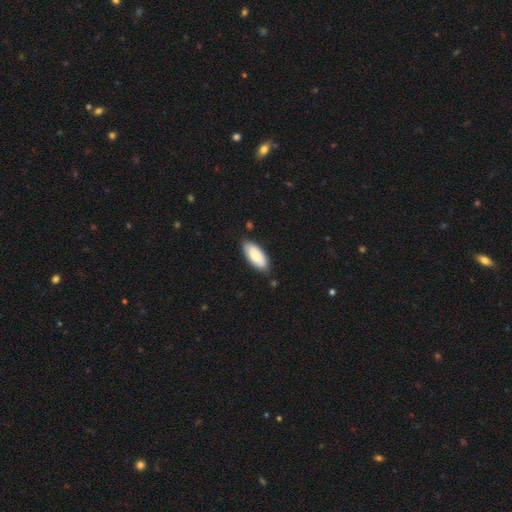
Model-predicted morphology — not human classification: A smooth galaxy with no disk features (81%) that is in between round and cigar-shaped (84%).

Vote fractions:
- Smooth or featured? smooth: 81% / featured or disk: 13% / star or artifact: 5%
- How rounded? in between: 84% / cigar-shaped: 14% / round: 2%
- Merging? none: 83% / minor disturbance: 13% / major disturbance: 2% / merger: 2%